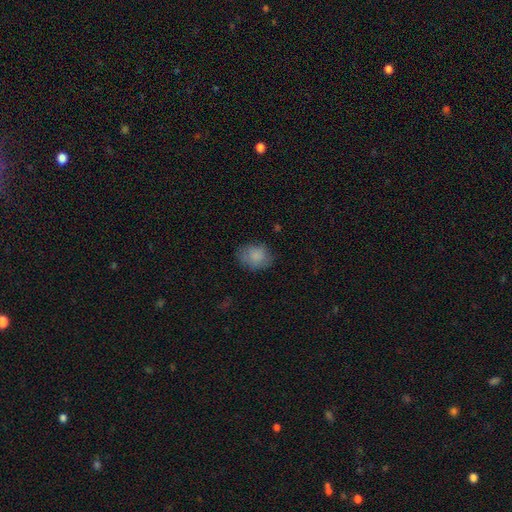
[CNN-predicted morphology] smooth-or-featured: smooth: 84% | star or artifact: 8% | featured or disk: 8%
  how-rounded: in between: 61% | round: 38% | cigar-shaped: 1%
  merging: none: 73% | minor disturbance: 19% | major disturbance: 6% | merger: 1%